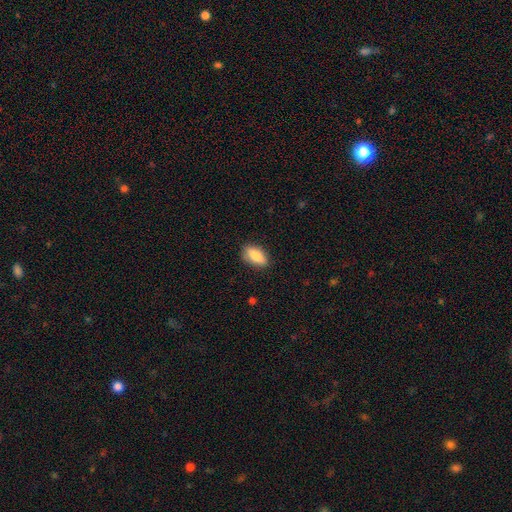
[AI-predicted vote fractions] This appears to be a smooth galaxy with no disk features (82%) that is in between round and cigar-shaped (85%). Merging: none (84%).